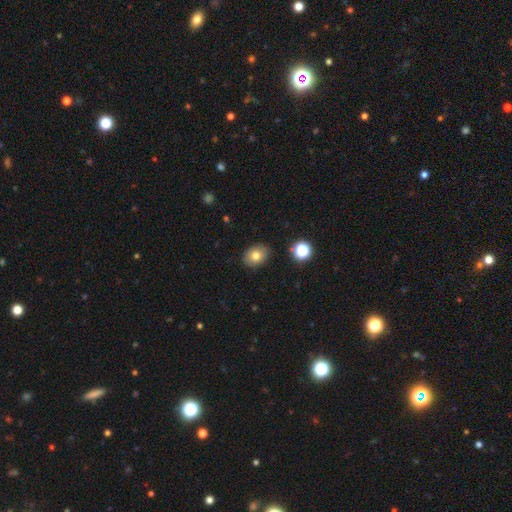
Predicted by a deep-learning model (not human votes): Smooth or featured? Predicted: smooth (p=0.77). How rounded? Predicted: in between (p=0.63). Merging? Predicted: none (p=0.84).